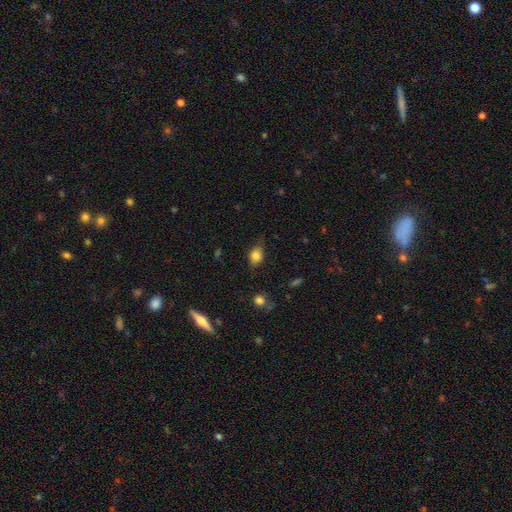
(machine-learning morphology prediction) The model was most divided on "how rounded": in between: 68%, round: 30%, cigar-shaped: 2%. More confident: smooth or featured — smooth (80%); merging — none (68%).